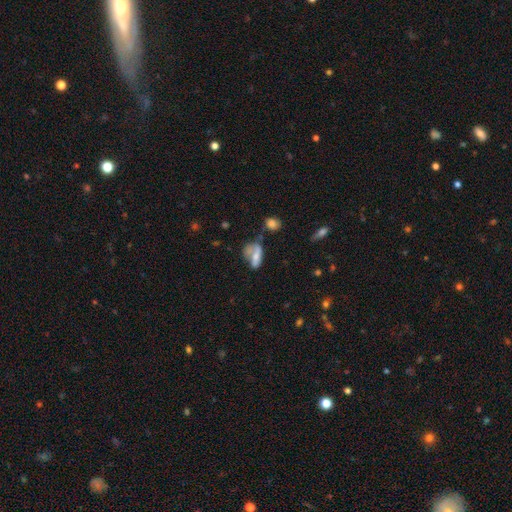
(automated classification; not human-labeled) Smooth or featured? smooth (57%)
How rounded? in between (78%)
Merging? major disturbance (29%)